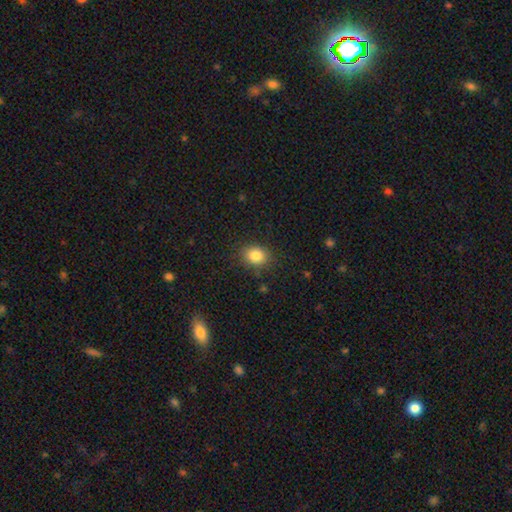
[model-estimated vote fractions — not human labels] A smooth galaxy with no disk features (84%) that is round (55%).

Vote fractions:
- Smooth or featured? smooth: 84% / star or artifact: 10% / featured or disk: 6%
- How rounded? round: 55% / in between: 44% / cigar-shaped: 1%
- Merging? none: 85% / minor disturbance: 10% / major disturbance: 3% / merger: 1%